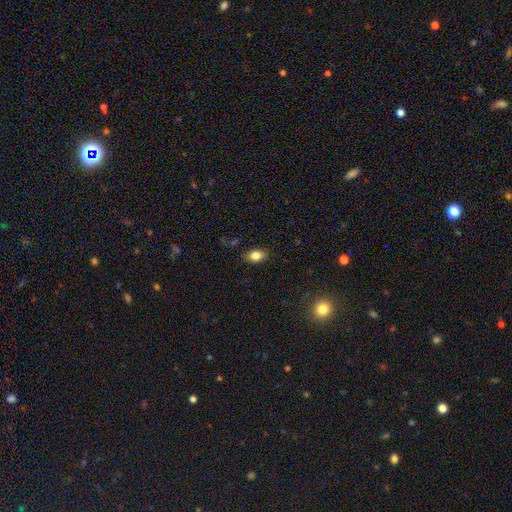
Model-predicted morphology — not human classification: smooth_or_featured: smooth (p=0.84) [alt: star or artifact p=0.09]
how_rounded: in between (p=0.83) [alt: round p=0.15]
merging: none (p=0.86) [alt: minor disturbance p=0.11]